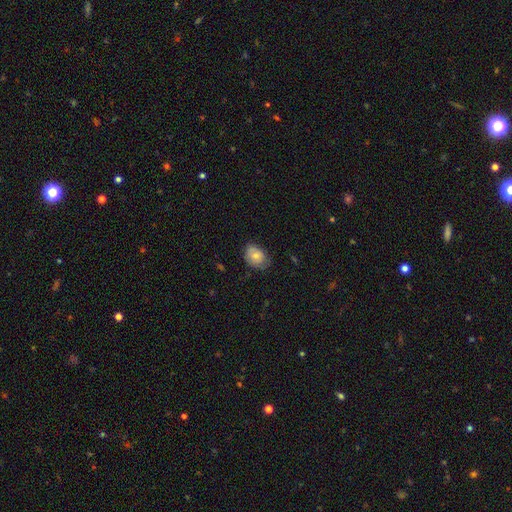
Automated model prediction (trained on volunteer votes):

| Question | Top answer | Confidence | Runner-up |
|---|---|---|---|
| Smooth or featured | smooth | 71% | featured or disk (21%) |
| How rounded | in between | 65% | round (34%) |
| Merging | none | 62% | minor disturbance (30%) |